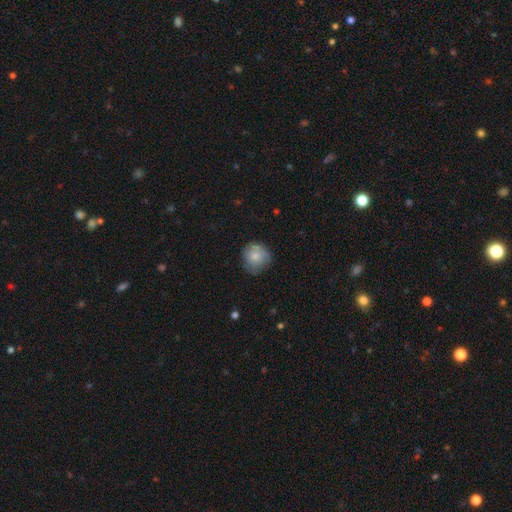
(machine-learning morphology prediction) smooth 76%, featured or disk 16%, star or artifact 8%. Down the decision tree: how rounded — round (87%); merging — none (68%).